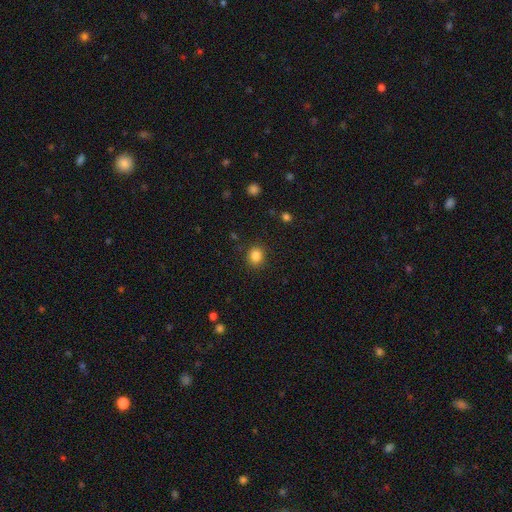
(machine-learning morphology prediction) This is clearly a smooth galaxy (85%). How rounded: likely round (75%). Merging: clearly none (88%).